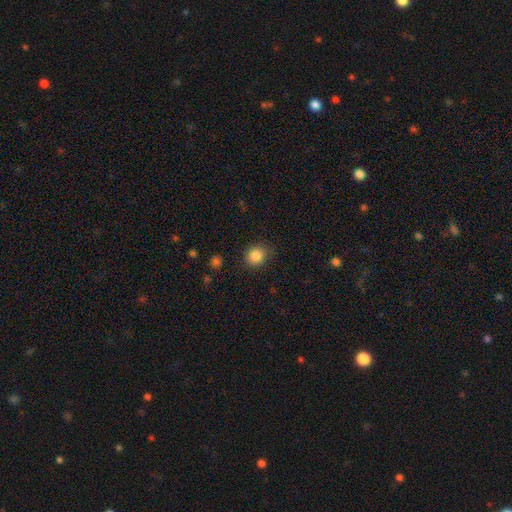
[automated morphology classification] smooth-or-featured: smooth: 85% | star or artifact: 10% | featured or disk: 4%
  how-rounded: round: 79% | in between: 20% | cigar-shaped: 1%
  merging: none: 82% | minor disturbance: 13% | major disturbance: 3% | merger: 1%